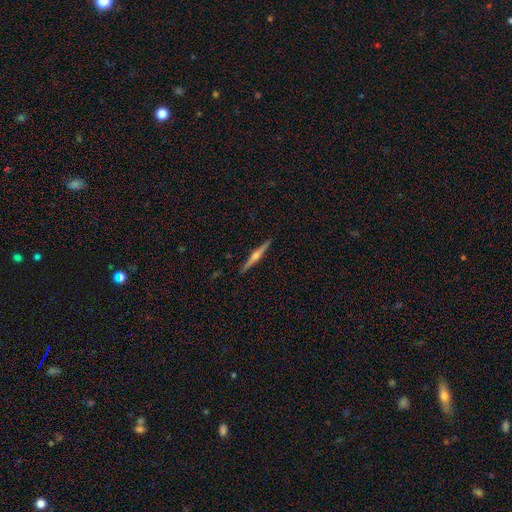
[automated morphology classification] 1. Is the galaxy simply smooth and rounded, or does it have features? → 78% featured or disk, 17% smooth, 5% star or artifact.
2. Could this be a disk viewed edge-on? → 98% yes, 2% no.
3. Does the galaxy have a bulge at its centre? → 93% rounded, 4% none, 3% boxy.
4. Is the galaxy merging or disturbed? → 92% none, 6% minor disturbance, 1% major disturbance, 1% merger.